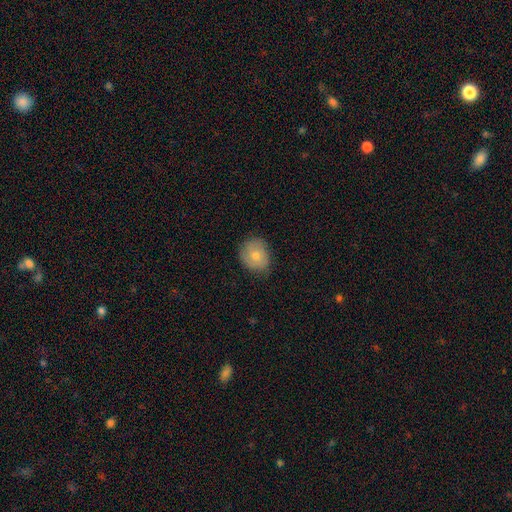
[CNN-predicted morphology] Q: Smooth or featured?
A: smooth (73%); runner-up: featured or disk (20%)
Q: How rounded?
A: round (62%); runner-up: in between (37%)
Q: Merging?
A: none (73%); runner-up: minor disturbance (22%)